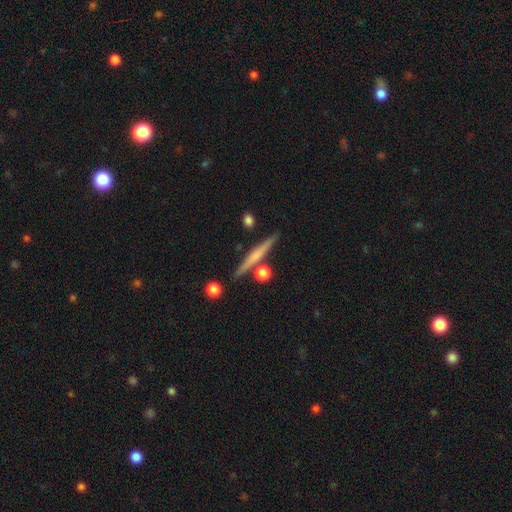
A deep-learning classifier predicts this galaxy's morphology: featured or disk 53%, smooth 40%, star or artifact 6%. Down the decision tree: edge-on disk — yes (97%); edge-on bulge — none (50%); merging — none (83%).